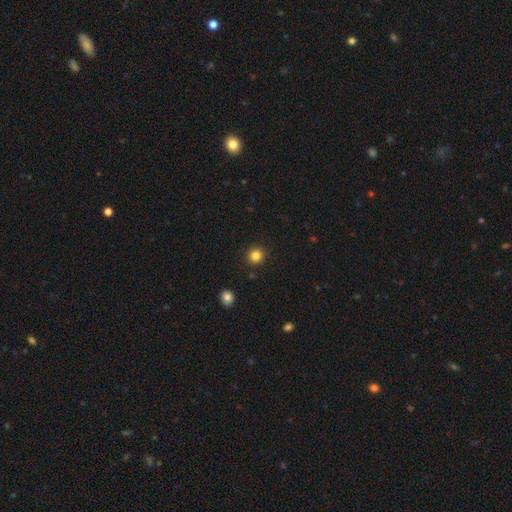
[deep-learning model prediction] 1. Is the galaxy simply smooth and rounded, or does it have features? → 83% smooth, 12% star or artifact, 5% featured or disk.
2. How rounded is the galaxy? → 93% round, 6% in between, 1% cigar-shaped.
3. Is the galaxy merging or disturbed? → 92% none, 5% minor disturbance, 2% major disturbance, 1% merger.